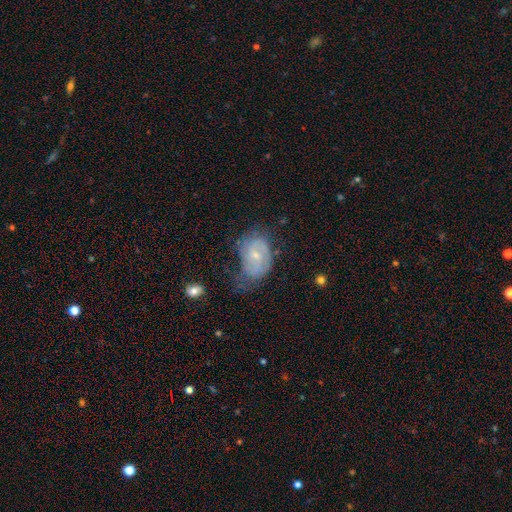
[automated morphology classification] A featured or disk galaxy (64%) with no bar (57%), spiral arms (79%) and a small central bulge (62%).

Vote fractions:
- Smooth or featured? featured or disk: 64% / smooth: 28% / star or artifact: 8%
- Edge-on disk? no: 97% / yes: 3%
- Bar? no: 57% / weak: 36% / strong: 6%
- Spiral arms? yes: 79% / no: 21%
- Bulge size? small: 62% / moderate: 33% / none: 3% / large: 1% / dominant: 1%
- Merging? none: 39% / minor disturbance: 34% / major disturbance: 23% / merger: 4%